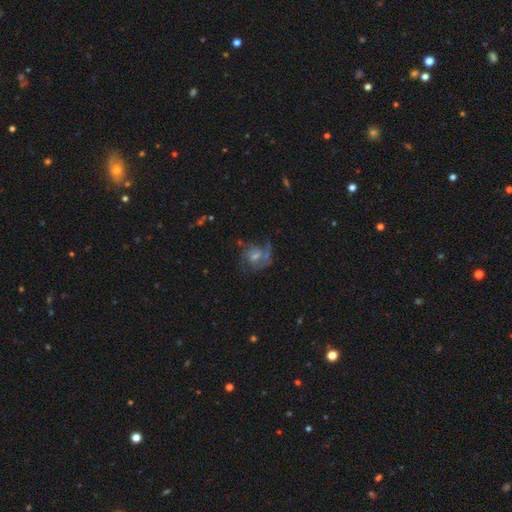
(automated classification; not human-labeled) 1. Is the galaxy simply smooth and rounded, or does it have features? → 67% featured or disk, 17% smooth, 16% star or artifact.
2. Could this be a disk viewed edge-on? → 97% no, 3% yes.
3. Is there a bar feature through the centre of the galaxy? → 64% no, 31% weak, 6% strong.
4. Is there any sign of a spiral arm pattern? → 86% yes, 14% no.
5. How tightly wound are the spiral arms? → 47% medium, 30% tight, 23% loose.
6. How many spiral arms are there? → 39% 2, 25% can't tell, 16% 1, 12% 3, 4% 4, 4% more than 4.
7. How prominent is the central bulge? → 45% small, 41% moderate, 8% none, 5% large, 2% dominant.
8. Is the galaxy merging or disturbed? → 56% none, 22% major disturbance, 17% minor disturbance, 5% merger.